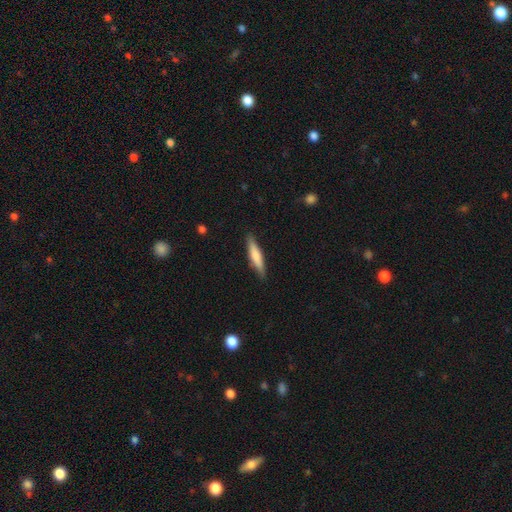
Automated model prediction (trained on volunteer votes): This appears to be a smooth galaxy with no disk features (69%) that is cigar-shaped (84%). Merging: none (87%).